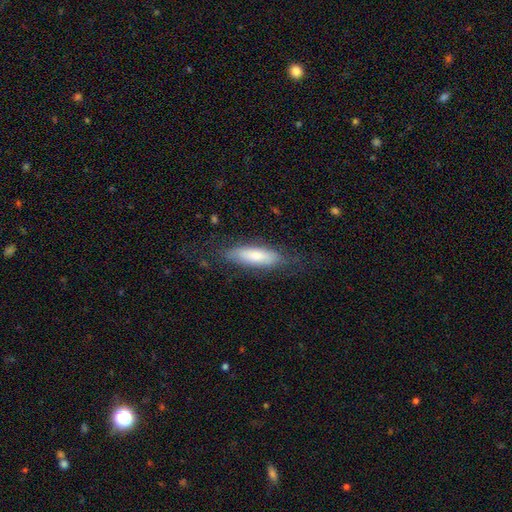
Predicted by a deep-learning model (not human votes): This is likely a smooth galaxy (70%). How rounded: possibly in between (49%, tied with cigar-shaped). Merging: likely none (72%).